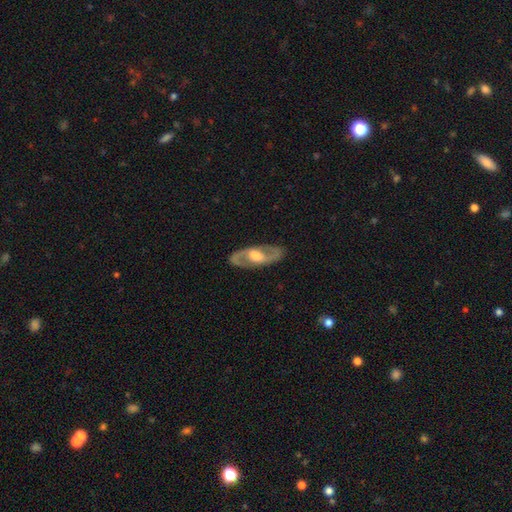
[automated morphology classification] A featured or disk galaxy (82%) with a weak bar (41%), 2 (91%) medium (56%) spiral arms (85%) and a moderate central bulge (56%).

Vote fractions:
- Smooth or featured? featured or disk: 82% / smooth: 14% / star or artifact: 4%
- Edge-on disk? no: 89% / yes: 11%
- Bar? weak: 41% / no: 39% / strong: 20%
- Spiral arms? yes: 85% / no: 15%
- Spiral winding? medium: 56% / loose: 25% / tight: 19%
- Spiral arm count? 2: 91% / can't tell: 4% / 1: 1% / 3: 1% / 4: 1% / more than 4: 1%
- Bulge size? moderate: 56% / large: 29% / small: 11% / none: 2% / dominant: 2%
- Merging? none: 87% / minor disturbance: 9% / major disturbance: 3% / merger: 1%